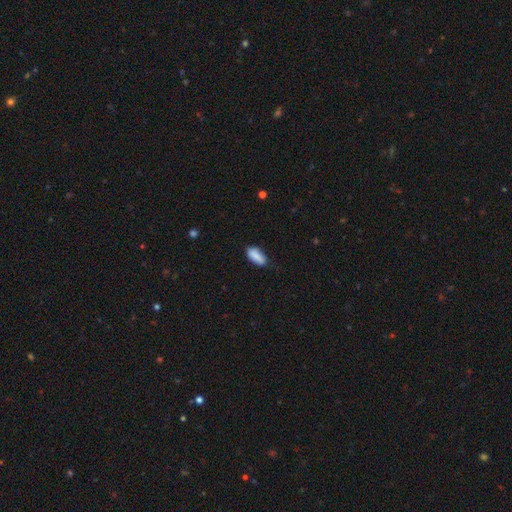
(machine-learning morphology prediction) This appears to be a smooth galaxy with no disk features (87%) that is in between round and cigar-shaped (86%). Merging: none (74%).